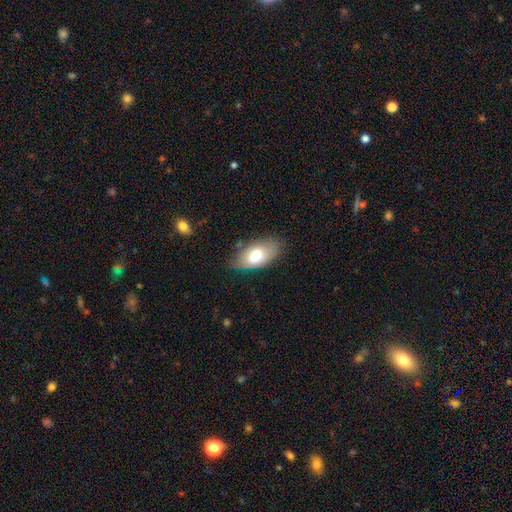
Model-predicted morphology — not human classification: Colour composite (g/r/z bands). It shows a smooth galaxy with no disk features (72%) that is in between round and cigar-shaped (92%). Merging: none (65%).